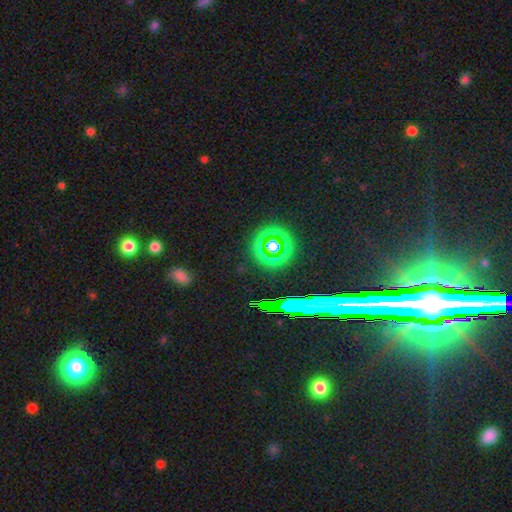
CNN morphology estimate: The model was most divided on "smooth or featured": star or artifact: 63%, featured or disk: 21%, smooth: 17%.